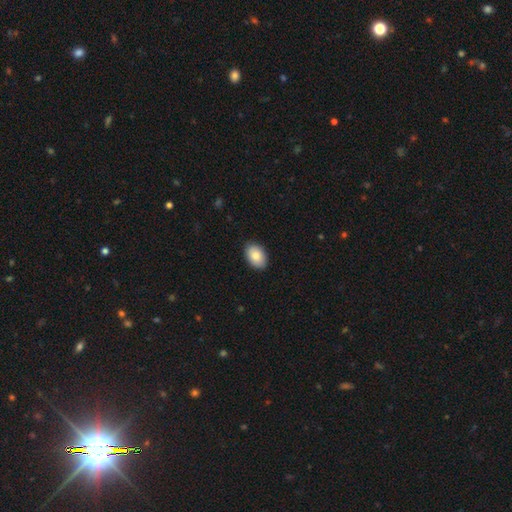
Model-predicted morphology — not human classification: Overall: smooth (85%). How rounded: in between (89%). Merging: none (89%).